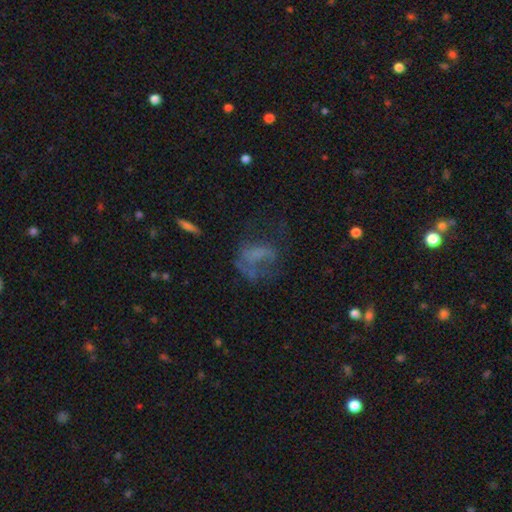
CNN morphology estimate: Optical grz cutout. It shows a featured or disk galaxy (41%). Merging: major disturbance (43%).